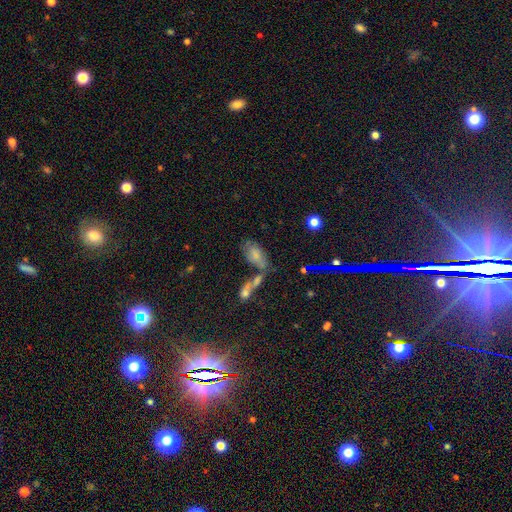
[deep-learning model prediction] Overall: smooth (67%). How rounded: in between (89%). Merging: none (39%; merger 35%).